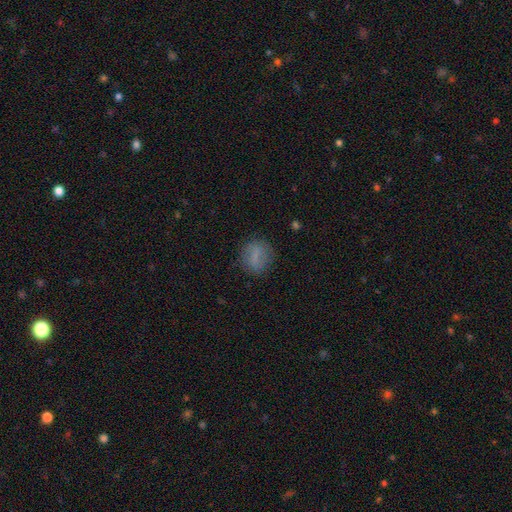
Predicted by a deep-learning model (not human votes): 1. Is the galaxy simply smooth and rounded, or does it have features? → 68% smooth, 22% featured or disk, 10% star or artifact.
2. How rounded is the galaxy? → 63% round, 34% in between, 3% cigar-shaped.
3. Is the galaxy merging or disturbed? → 80% none, 13% minor disturbance, 5% major disturbance, 1% merger.